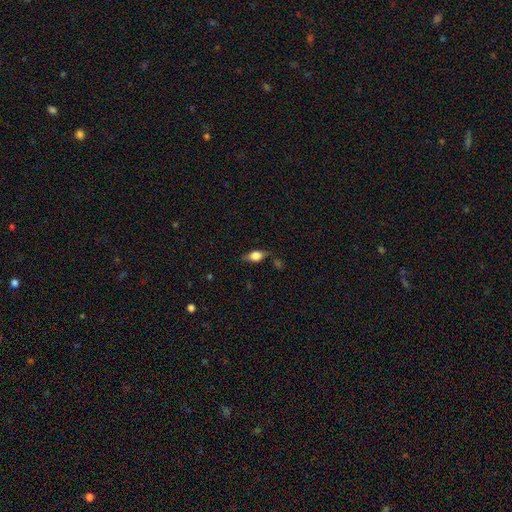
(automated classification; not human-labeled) Smooth or featured? smooth (63%)
How rounded? in between (76%)
Merging? none (68%)